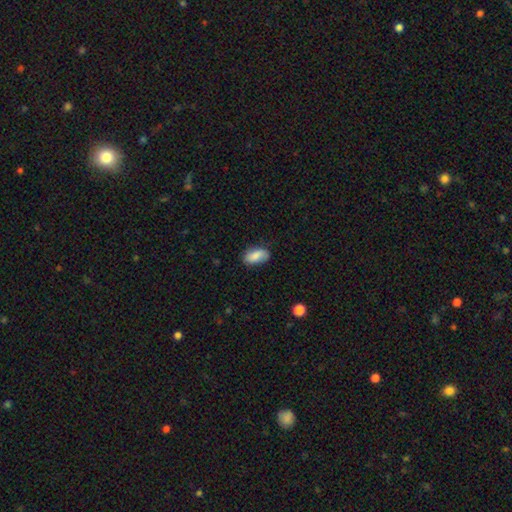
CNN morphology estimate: Smooth or featured?
  - smooth: 83% *
  - featured or disk: 11%
  - star or artifact: 7%
How rounded?
  - in between: 92% *
  - round: 4%
  - cigar-shaped: 4%
Merging?
  - none: 76% *
  - minor disturbance: 19%
  - major disturbance: 4%
  - merger: 1%